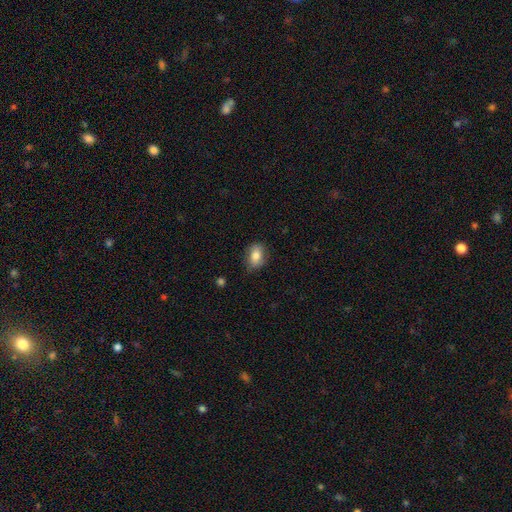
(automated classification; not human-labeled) smooth_or_featured: smooth (p=0.82) [alt: featured or disk p=0.10]
how_rounded: in between (p=0.77) [alt: round p=0.21]
merging: none (p=0.75) [alt: minor disturbance p=0.20]